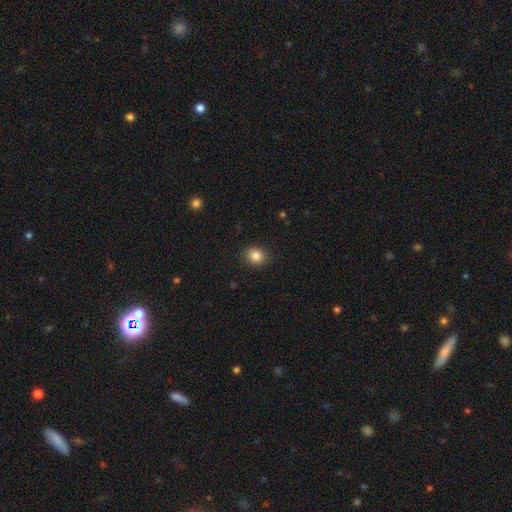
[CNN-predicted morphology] This is clearly a smooth galaxy (85%). How rounded: likely round (75%). Merging: clearly none (90%).